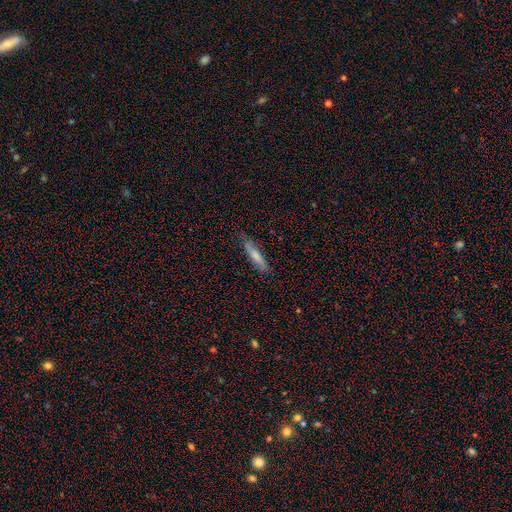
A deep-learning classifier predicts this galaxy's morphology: smooth_or_featured: smooth (p=0.69) [alt: featured or disk p=0.25]
how_rounded: cigar-shaped (p=0.79) [alt: in between p=0.19]
merging: none (p=0.77) [alt: minor disturbance p=0.19]